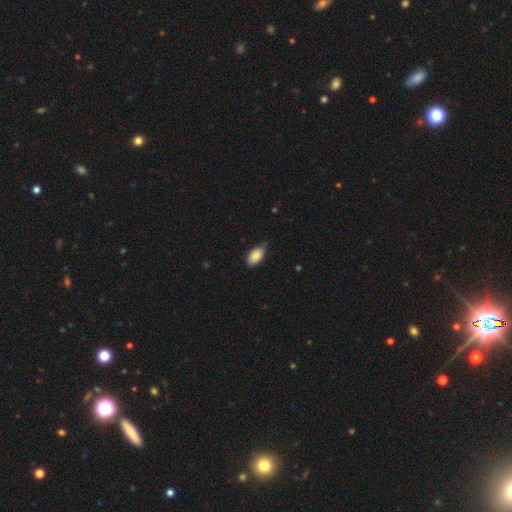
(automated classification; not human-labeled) Smooth or featured: smooth — 87% (star or artifact — 7%)
How rounded: in between — 94% (round — 4%)
Merging: none — 71% (minor disturbance — 24%)